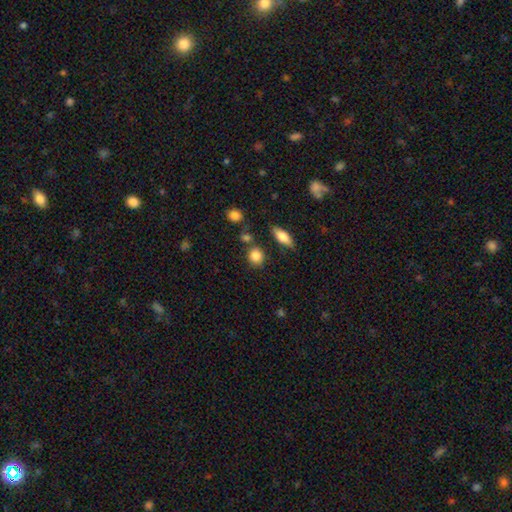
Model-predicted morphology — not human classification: This appears to be a smooth galaxy with no disk features (85%) that is round (77%). Merging: none (77%).